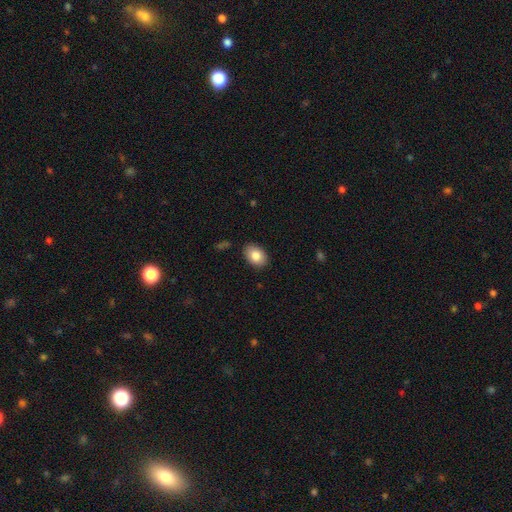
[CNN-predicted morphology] Q: Smooth or featured?
A: smooth (84%); runner-up: featured or disk (9%)
Q: How rounded?
A: in between (83%); runner-up: round (16%)
Q: Merging?
A: none (87%); runner-up: minor disturbance (10%)